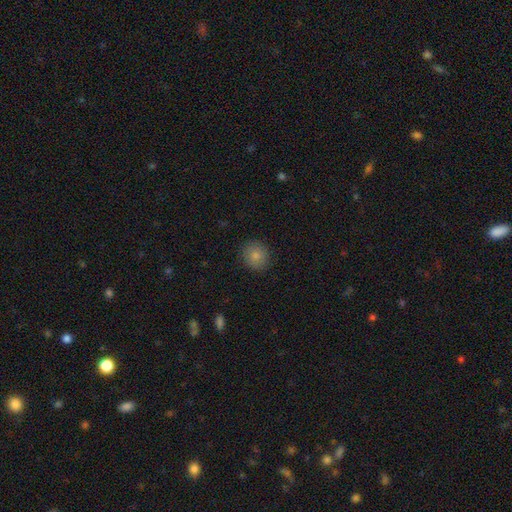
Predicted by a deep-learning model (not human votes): smooth 83%, star or artifact 10%, featured or disk 7%. Down the decision tree: how rounded — round (89%); merging — none (89%).